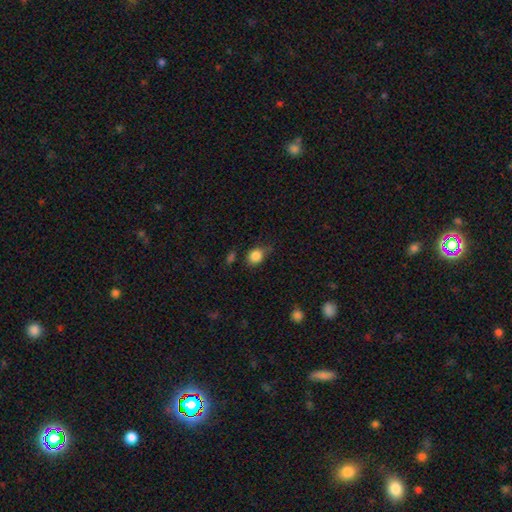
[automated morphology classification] smooth_or_featured: smooth (p=0.84) [alt: star or artifact p=0.10]
how_rounded: round (p=0.59) [alt: in between p=0.40]
merging: none (p=0.63) [alt: minor disturbance p=0.27]